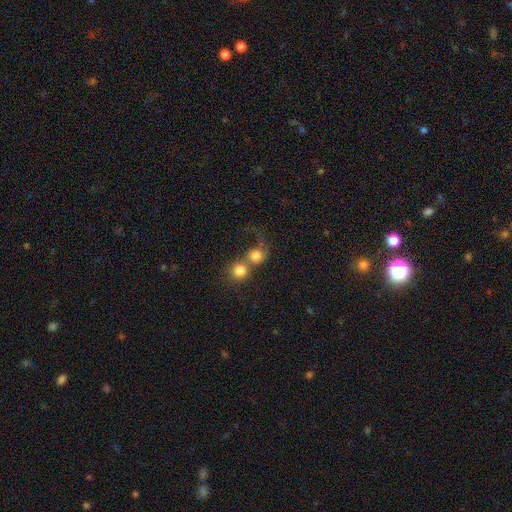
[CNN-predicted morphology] The model was most divided on "merging": merger: 63%, none: 23%, major disturbance: 8%, minor disturbance: 6%. More confident: how rounded — round (84%); smooth or featured — smooth (75%).